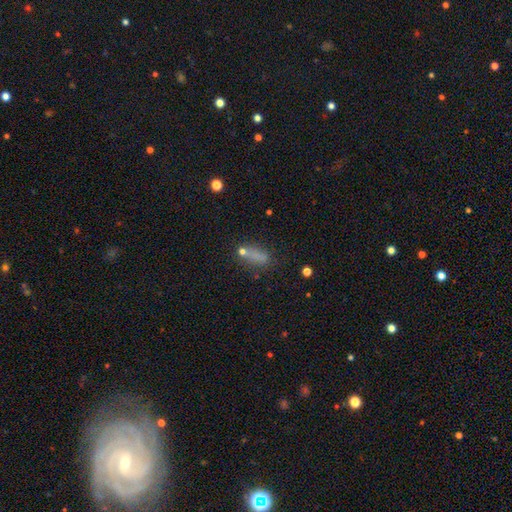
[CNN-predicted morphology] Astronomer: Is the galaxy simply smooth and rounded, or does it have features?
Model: smooth — 66%.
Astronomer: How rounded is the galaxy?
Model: in between — 64%.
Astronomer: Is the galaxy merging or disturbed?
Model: none — 52%.